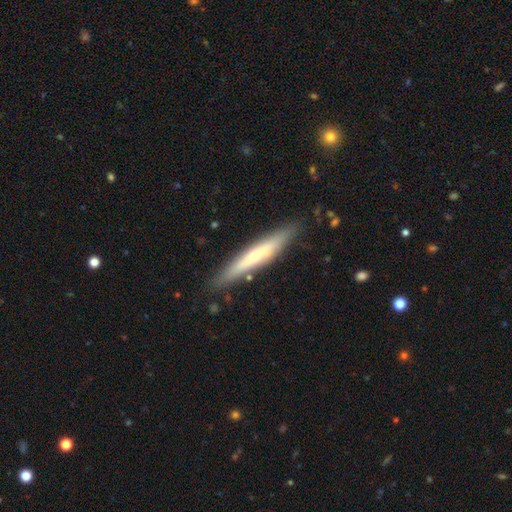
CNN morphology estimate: Overall: featured or disk (50%; smooth 44%). Edge-on disk: yes (91%). Merging: none (86%).